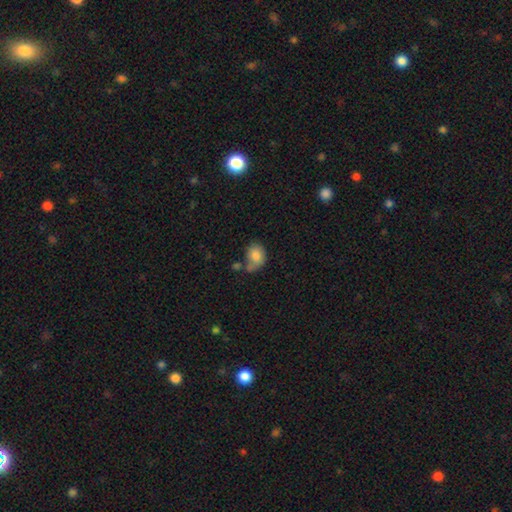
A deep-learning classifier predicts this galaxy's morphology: A smooth galaxy with no disk features (82%) that is in between round and cigar-shaped (64%). Merging: none (41%).